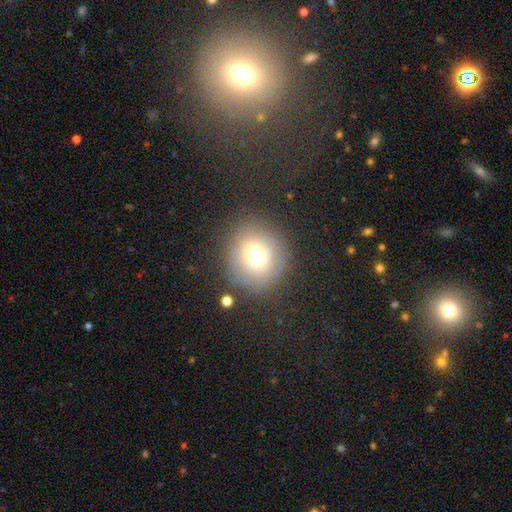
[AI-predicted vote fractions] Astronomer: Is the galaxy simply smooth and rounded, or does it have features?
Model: smooth — 64%.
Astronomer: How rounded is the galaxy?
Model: round — 84%.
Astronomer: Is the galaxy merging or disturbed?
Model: none — 73%.